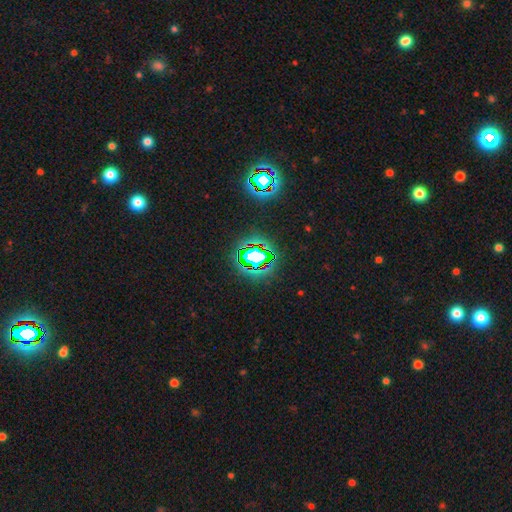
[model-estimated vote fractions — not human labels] This is likely a star or artifact rather than a galaxy (66%).